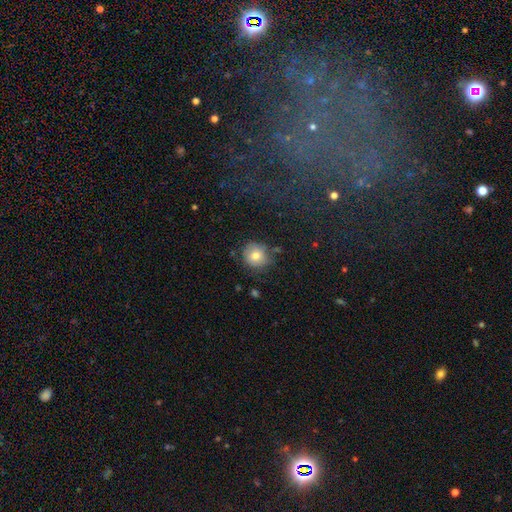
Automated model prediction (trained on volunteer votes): smooth_or_featured: smooth (p=0.76) [alt: featured or disk p=0.14]
how_rounded: round (p=0.87) [alt: in between p=0.12]
merging: none (p=0.76) [alt: minor disturbance p=0.17]